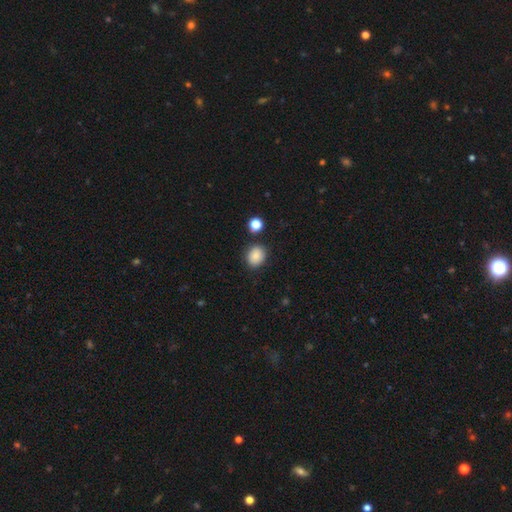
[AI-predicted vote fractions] Overall: smooth (84%). How rounded: round (59%; in between 40%). Merging: none (82%).